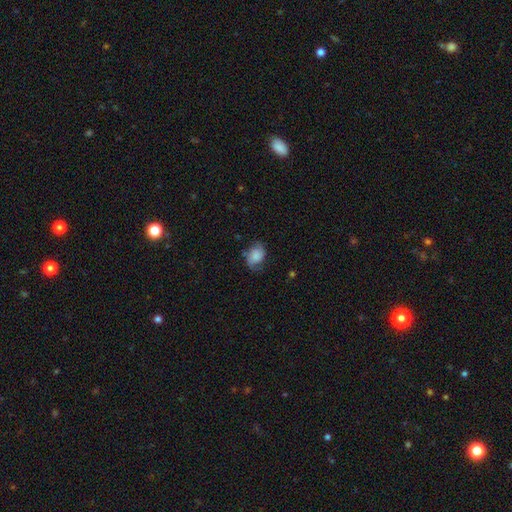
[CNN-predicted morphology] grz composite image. It shows a smooth galaxy with no disk features (67%) that is in between round and cigar-shaped (68%). Merging: none (56%).